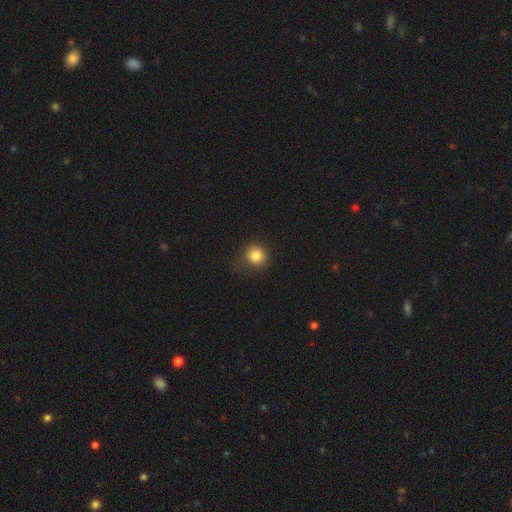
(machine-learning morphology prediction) Smooth or featured? smooth (83%)
How rounded? round (90%)
Merging? none (77%)